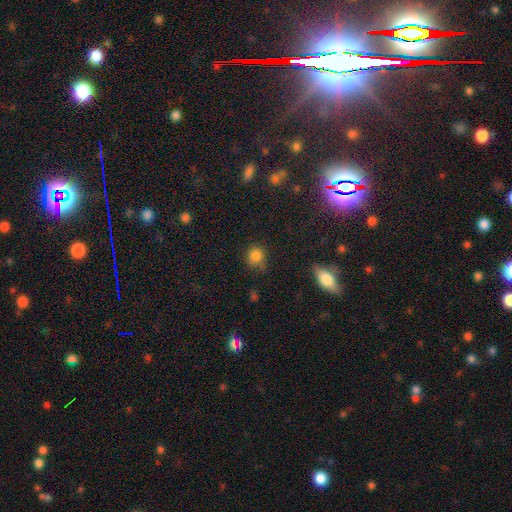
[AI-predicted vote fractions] The model was most divided on "merging": none: 70%, minor disturbance: 21%, major disturbance: 6%, merger: 3%. More confident: how rounded — round (85%); smooth or featured — smooth (81%).